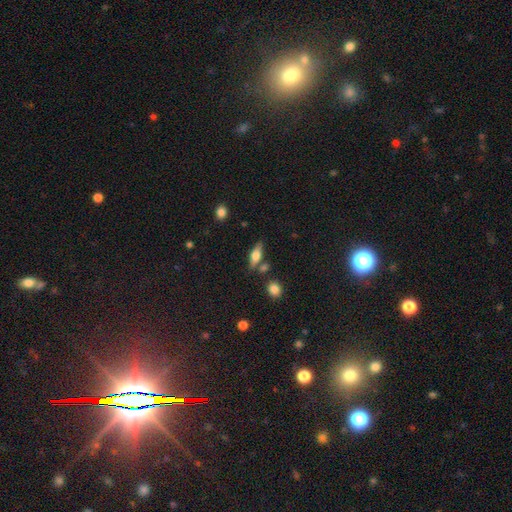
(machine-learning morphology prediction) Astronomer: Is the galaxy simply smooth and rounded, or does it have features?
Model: smooth — 50% (runner-up: featured or disk, 41%).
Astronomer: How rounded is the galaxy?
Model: in between — 59% (runner-up: cigar-shaped, 36%).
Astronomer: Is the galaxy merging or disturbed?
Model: none — 73%.